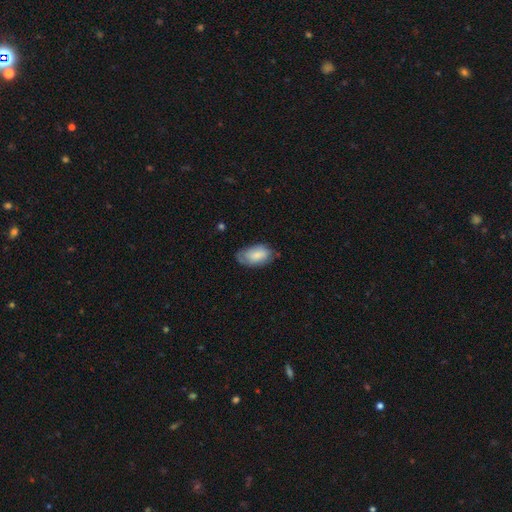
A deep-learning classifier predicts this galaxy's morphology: Overall: smooth (77%). How rounded: in between (94%). Merging: none (60%; minor disturbance 31%).